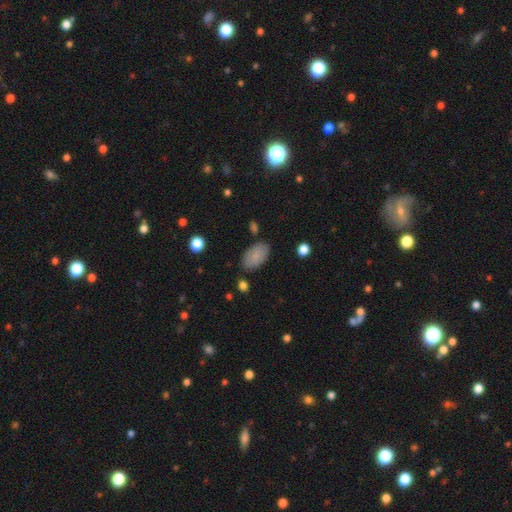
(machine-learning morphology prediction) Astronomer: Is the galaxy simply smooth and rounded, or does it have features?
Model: smooth — 83%.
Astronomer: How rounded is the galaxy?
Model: in between — 94%.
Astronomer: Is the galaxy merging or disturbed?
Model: none — 82%.